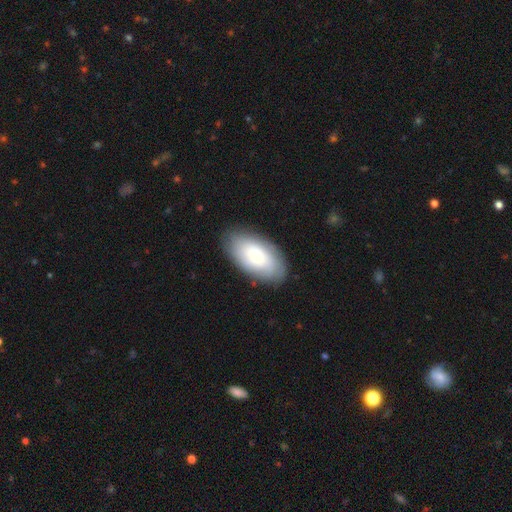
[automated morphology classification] Smooth or featured?
  - smooth: 62% *
  - featured or disk: 31%
  - star or artifact: 7%
How rounded?
  - in between: 94% *
  - round: 4%
  - cigar-shaped: 2%
Merging?
  - none: 84% *
  - minor disturbance: 11%
  - major disturbance: 3%
  - merger: 1%